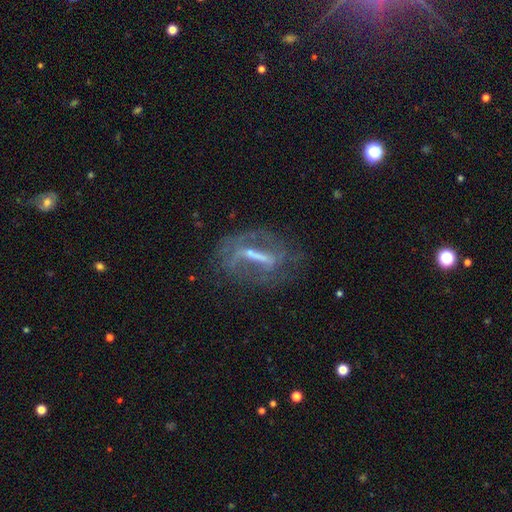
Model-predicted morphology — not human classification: The model was most divided on "bulge size": small: 42%, moderate: 28%, none: 23%, large: 5%, dominant: 1%. More confident: edge-on disk — no (81%); smooth or featured — featured or disk (76%); bar — strong (66%); spiral arms — yes (63%); merging — none (56%).